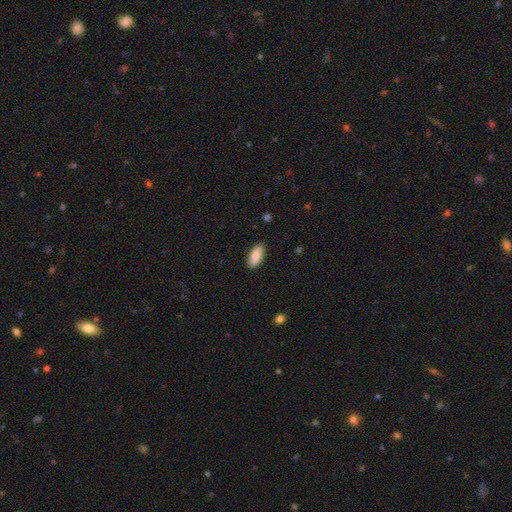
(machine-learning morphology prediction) This is clearly a smooth galaxy (88%). How rounded: clearly in between (87%). Merging: clearly none (86%).